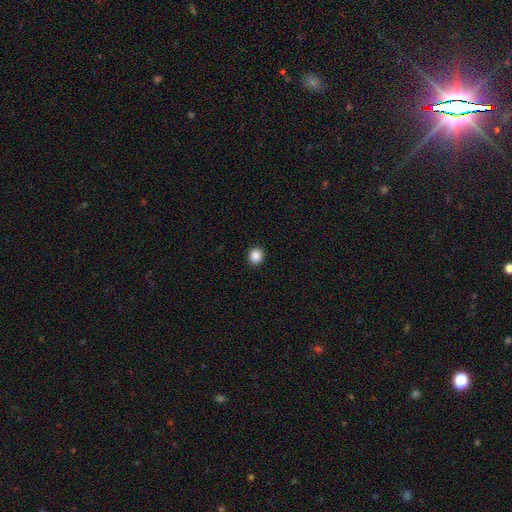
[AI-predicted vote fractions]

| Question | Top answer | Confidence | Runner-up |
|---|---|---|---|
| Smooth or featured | smooth | 87% | star or artifact (10%) |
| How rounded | round | 78% | in between (21%) |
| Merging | none | 93% | minor disturbance (5%) |